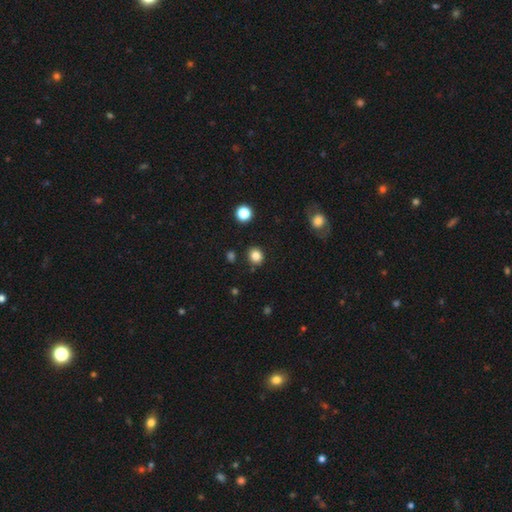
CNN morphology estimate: Q: Smooth or featured?
A: smooth (83%); runner-up: star or artifact (12%)
Q: How rounded?
A: round (79%); runner-up: in between (21%)
Q: Merging?
A: none (87%); runner-up: minor disturbance (8%)